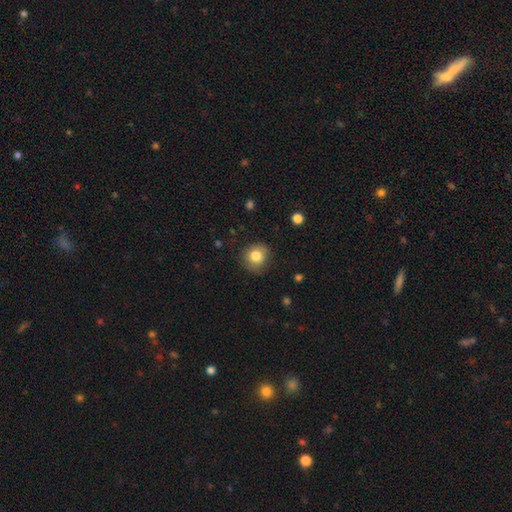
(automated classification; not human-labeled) The model was most divided on "merging": none: 81%, minor disturbance: 14%, major disturbance: 4%, merger: 1%. More confident: how rounded — round (88%); smooth or featured — smooth (80%).